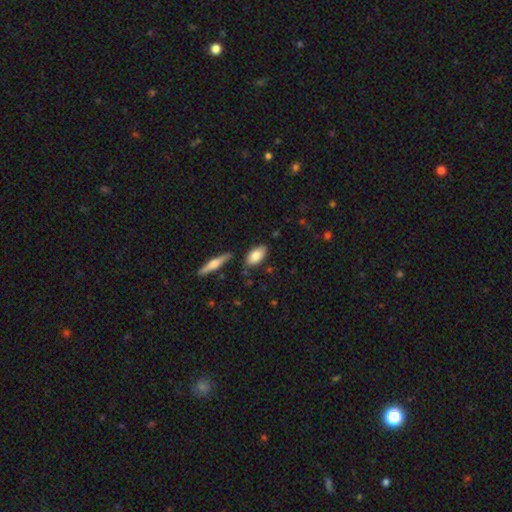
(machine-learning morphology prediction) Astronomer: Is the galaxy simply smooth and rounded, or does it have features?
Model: smooth — 82%.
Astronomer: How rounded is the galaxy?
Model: in between — 90%.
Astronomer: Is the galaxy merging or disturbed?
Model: none — 82%.